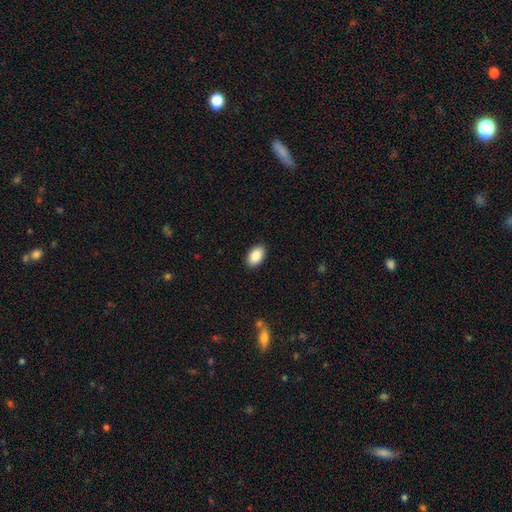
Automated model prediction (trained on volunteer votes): This appears to be a smooth galaxy with no disk features (89%) that is in between round and cigar-shaped (93%). Merging: none (89%).